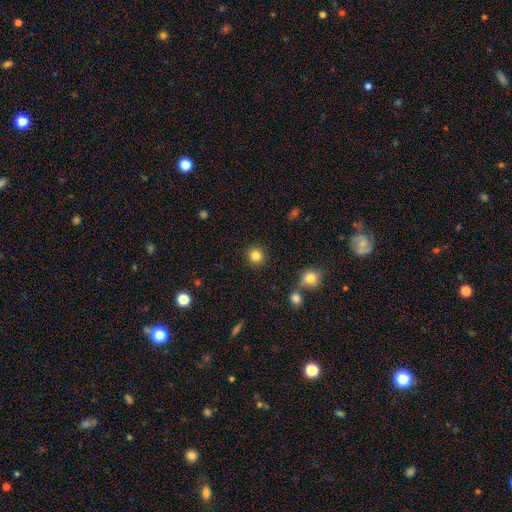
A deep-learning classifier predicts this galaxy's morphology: smooth 84%, star or artifact 11%, featured or disk 5%. Down the decision tree: how rounded — round (93%); merging — none (90%).